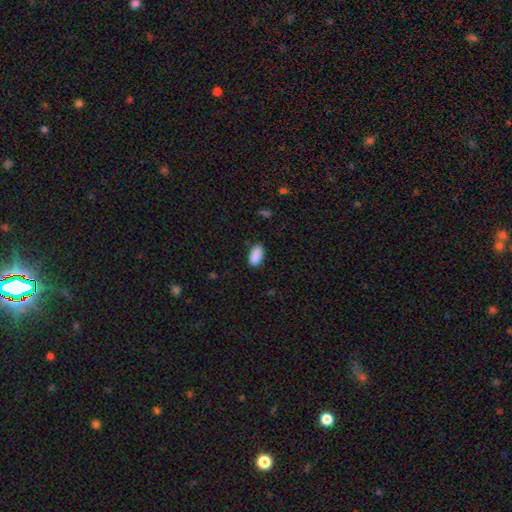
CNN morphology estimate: This appears to be a smooth galaxy with no disk features (90%) that is in between round and cigar-shaped (94%). Merging: none (84%).